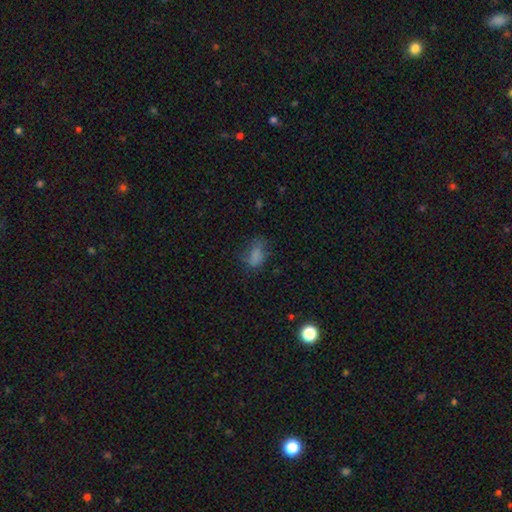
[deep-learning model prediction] Smooth or featured?
  - smooth: 71% *
  - star or artifact: 15%
  - featured or disk: 14%
How rounded?
  - in between: 86% *
  - round: 12%
  - cigar-shaped: 3%
Merging?
  - none: 43% *
  - minor disturbance: 28%
  - major disturbance: 26%
  - merger: 2%